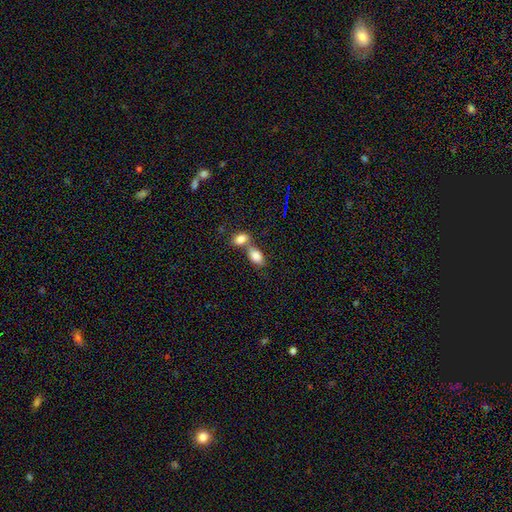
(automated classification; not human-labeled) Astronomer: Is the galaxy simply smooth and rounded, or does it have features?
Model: smooth — 84%.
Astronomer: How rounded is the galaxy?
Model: in between — 88%.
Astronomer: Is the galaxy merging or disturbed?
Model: merger — 57%.